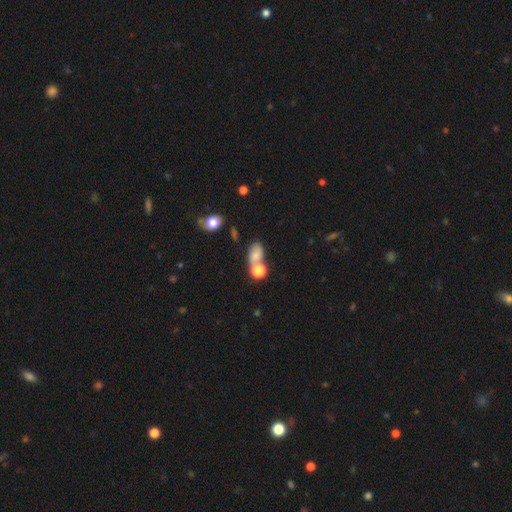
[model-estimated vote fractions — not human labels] This is likely a smooth galaxy (75%). How rounded: likely in between (76%). Merging: marginally none (43%).